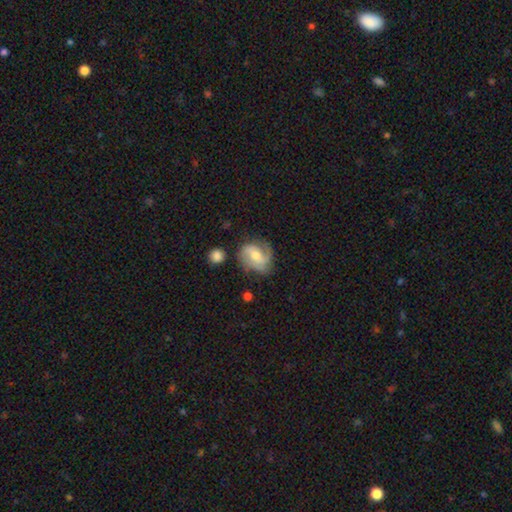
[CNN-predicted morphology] Smooth or featured? featured or disk (73%)
Edge-on disk? no (98%)
Bar? weak (45%)
Spiral arms? yes (94%)
Spiral winding? medium (47%)
Spiral arm count? 2 (50%)
Bulge size? moderate (58%)
Merging? none (62%)